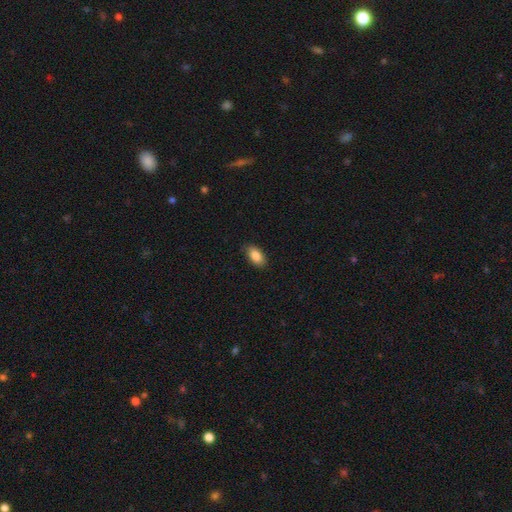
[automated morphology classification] Smooth or featured? smooth (87%)
How rounded? in between (92%)
Merging? none (86%)